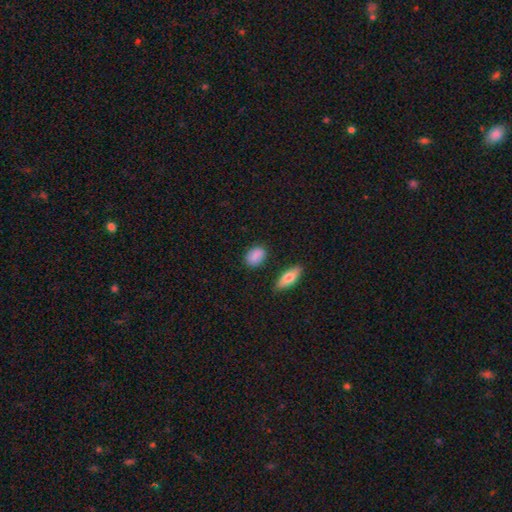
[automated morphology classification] A smooth galaxy with no disk features (88%) that is in between round and cigar-shaped (80%). Merging: none (83%).